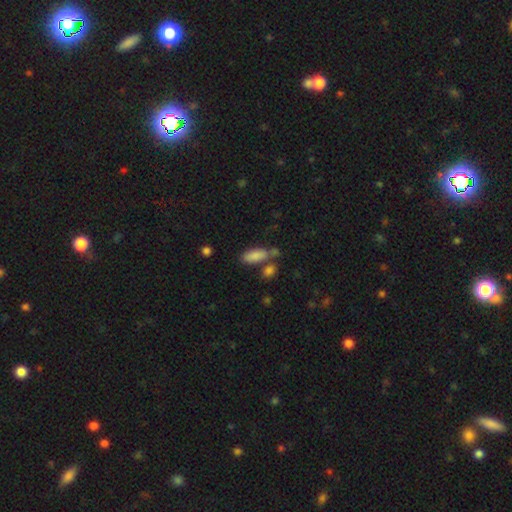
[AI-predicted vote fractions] This appears to be a smooth galaxy with no disk features (85%) that is in between round and cigar-shaped (76%). Merging: none (60%).